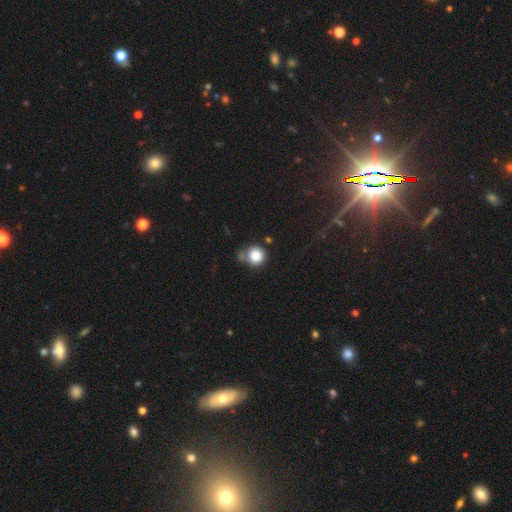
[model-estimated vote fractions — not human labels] smooth-or-featured: smooth: 83% | star or artifact: 10% | featured or disk: 7%
  how-rounded: round: 92% | in between: 7% | cigar-shaped: 1%
  merging: none: 62% | minor disturbance: 18% | merger: 13% | major disturbance: 7%